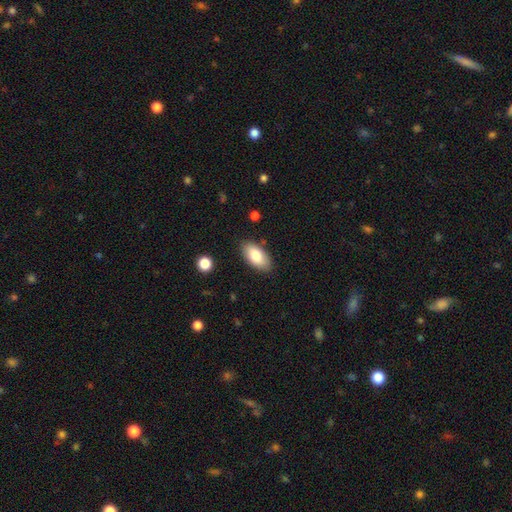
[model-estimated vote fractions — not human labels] smooth 82%, featured or disk 11%, star or artifact 6%. Down the decision tree: how rounded — in between (93%); merging — none (86%).